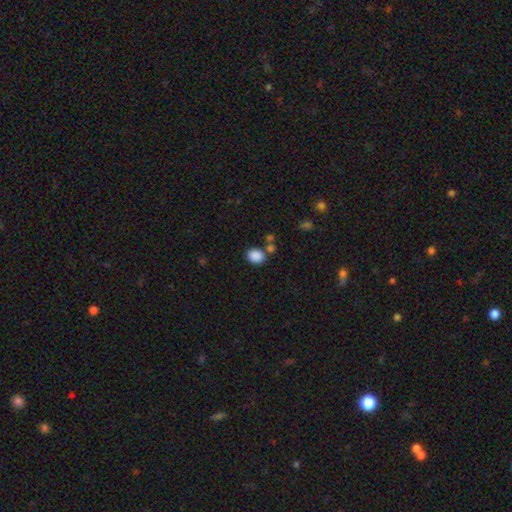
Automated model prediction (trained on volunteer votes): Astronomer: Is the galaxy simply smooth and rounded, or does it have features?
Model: smooth — 87%.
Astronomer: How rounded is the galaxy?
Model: in between — 50% (runner-up: round, 49%).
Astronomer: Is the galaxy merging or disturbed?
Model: none — 70%.